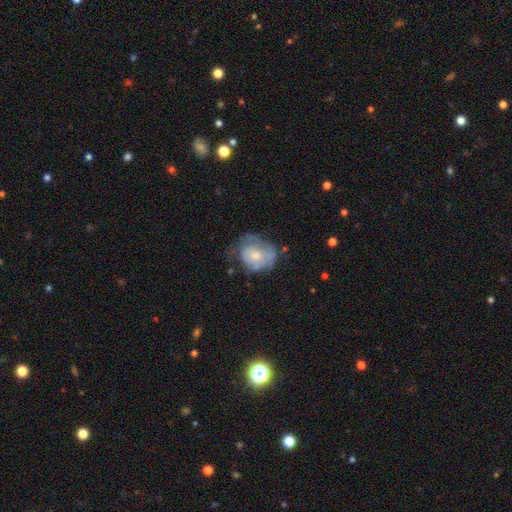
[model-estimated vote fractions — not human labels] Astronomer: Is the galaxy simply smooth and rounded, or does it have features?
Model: smooth — 48% (runner-up: featured or disk, 44%).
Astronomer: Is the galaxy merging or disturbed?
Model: none — 38% (runner-up: minor disturbance, 34%).